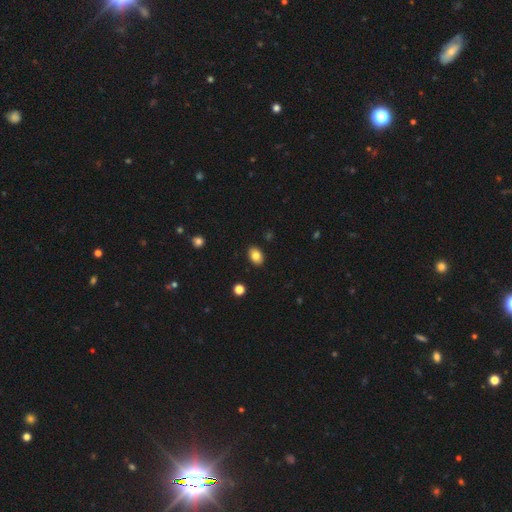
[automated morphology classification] Smooth or featured: smooth — 83% (star or artifact — 9%)
How rounded: in between — 82% (round — 17%)
Merging: none — 89% (minor disturbance — 8%)